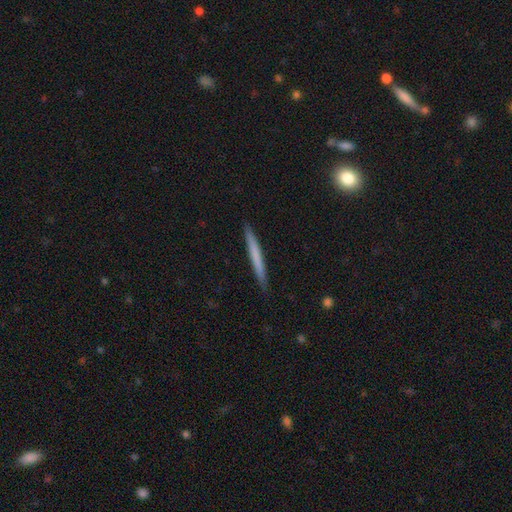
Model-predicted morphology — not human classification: Smooth or featured: smooth — 62% (featured or disk — 33%)
How rounded: cigar-shaped — 97% (in between — 2%)
Merging: none — 90% (minor disturbance — 7%)